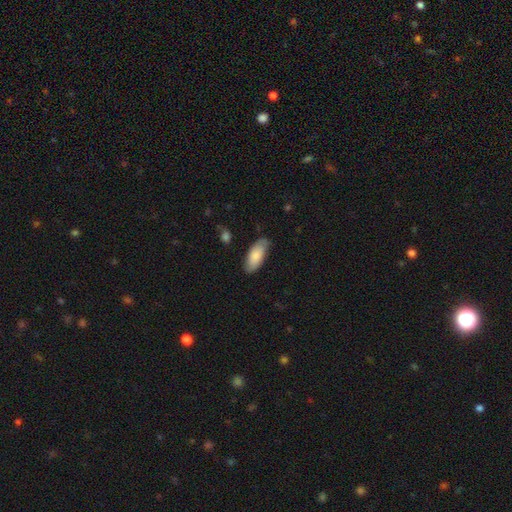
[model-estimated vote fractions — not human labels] Q: Smooth or featured?
A: smooth (79%); runner-up: featured or disk (15%)
Q: How rounded?
A: in between (84%); runner-up: cigar-shaped (14%)
Q: Merging?
A: none (76%); runner-up: minor disturbance (19%)